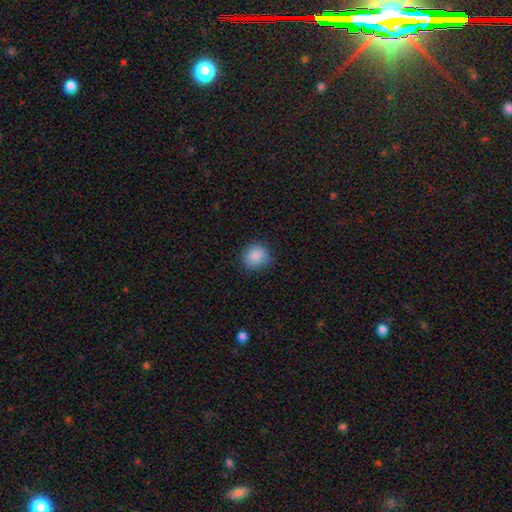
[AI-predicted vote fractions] smooth_or_featured: smooth (p=0.87) [alt: star or artifact p=0.09]
how_rounded: round (p=0.81) [alt: in between p=0.18]
merging: none (p=0.80) [alt: minor disturbance p=0.15]